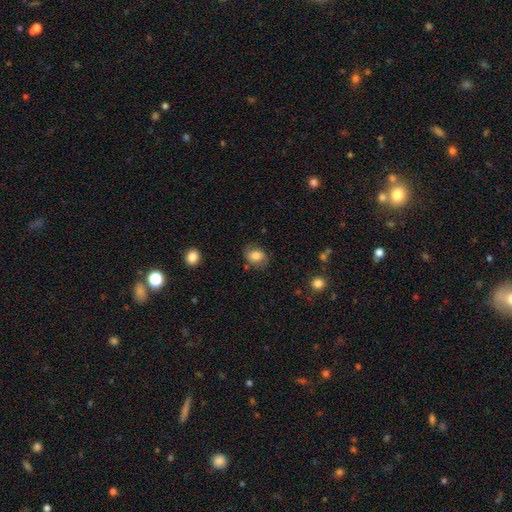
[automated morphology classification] The model was most divided on "how rounded": in between: 56%, round: 43%, cigar-shaped: 1%. More confident: smooth or featured — smooth (77%); merging — none (71%).